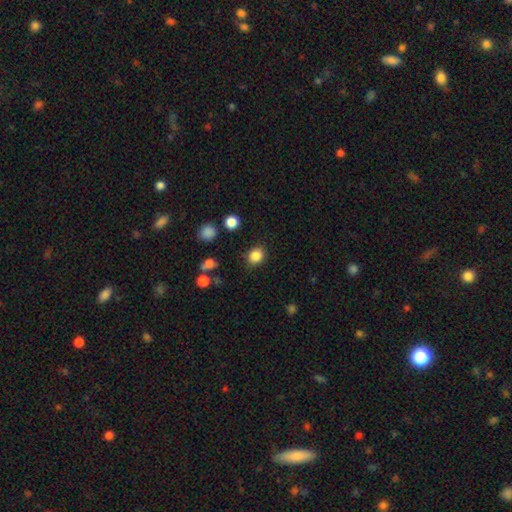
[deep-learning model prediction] Smooth or featured? Predicted: smooth (p=0.85). How rounded? Predicted: round (p=0.63). Merging? Predicted: none (p=0.84).